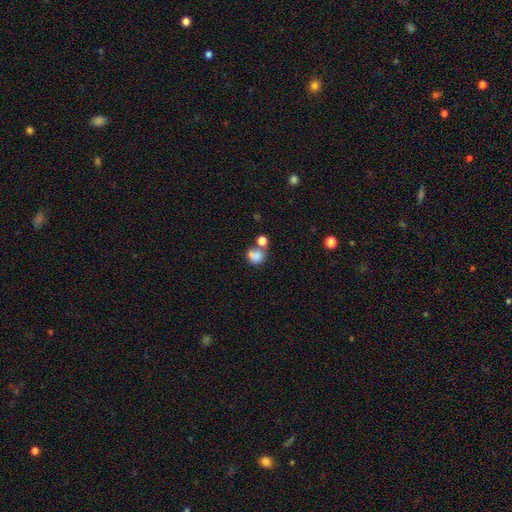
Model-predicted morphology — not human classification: Smooth or featured? Predicted: smooth (p=0.81). How rounded? Predicted: round (p=0.72). Merging? Predicted: none (p=0.41).